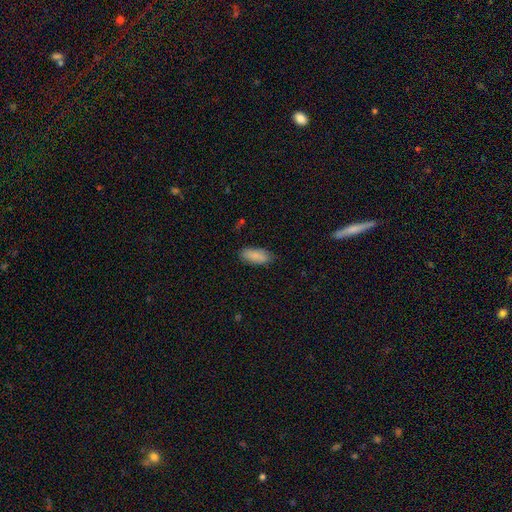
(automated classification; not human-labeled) Overall: smooth (87%). How rounded: in between (82%). Merging: none (80%).